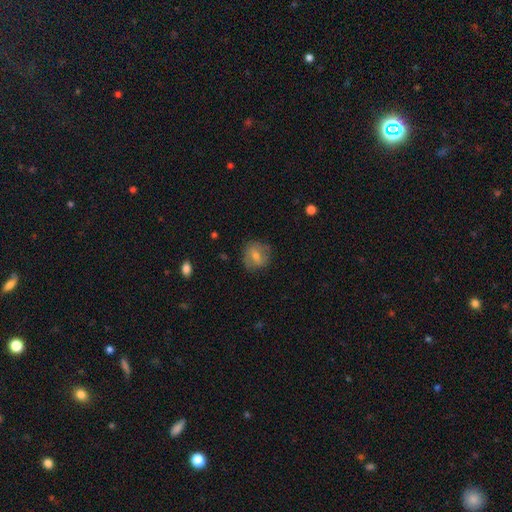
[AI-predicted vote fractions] Smooth or featured? Predicted: smooth (p=0.47). Merging? Predicted: none (p=0.78).